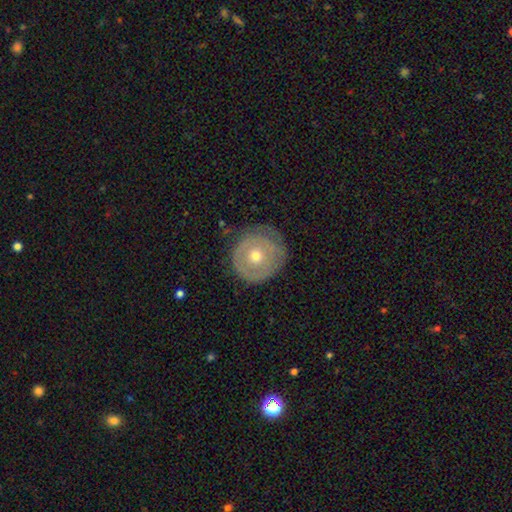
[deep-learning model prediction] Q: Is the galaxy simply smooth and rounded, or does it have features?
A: featured or disk — 52%.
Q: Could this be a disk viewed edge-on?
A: no — 95%.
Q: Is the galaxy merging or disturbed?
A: none — 72%.